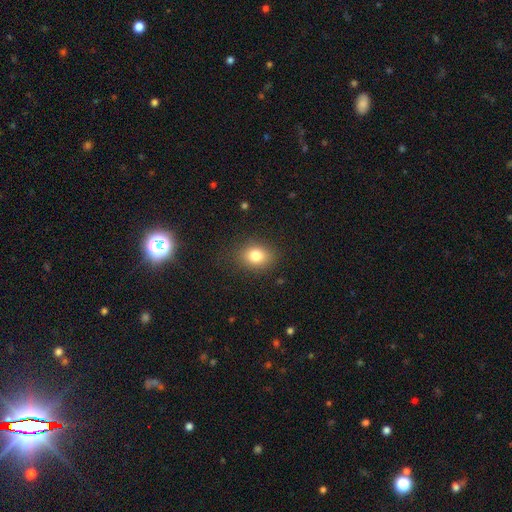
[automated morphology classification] Overall: smooth (80%). How rounded: round (50%; in between 49%). Merging: none (84%).